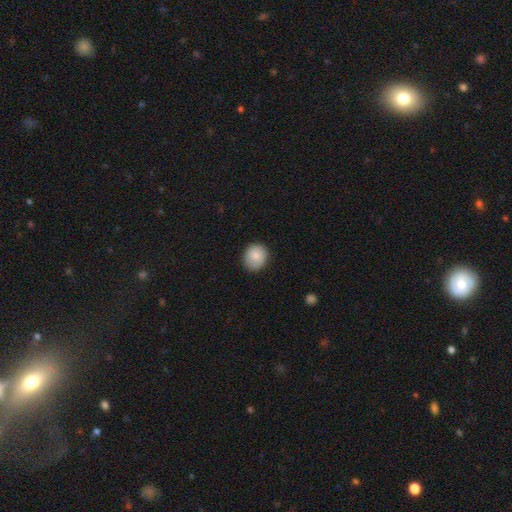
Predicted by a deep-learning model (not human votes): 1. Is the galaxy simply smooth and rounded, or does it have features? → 83% smooth, 9% featured or disk, 8% star or artifact.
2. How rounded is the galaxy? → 72% round, 27% in between, 1% cigar-shaped.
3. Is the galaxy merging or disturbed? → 85% none, 12% minor disturbance, 2% major disturbance, 1% merger.